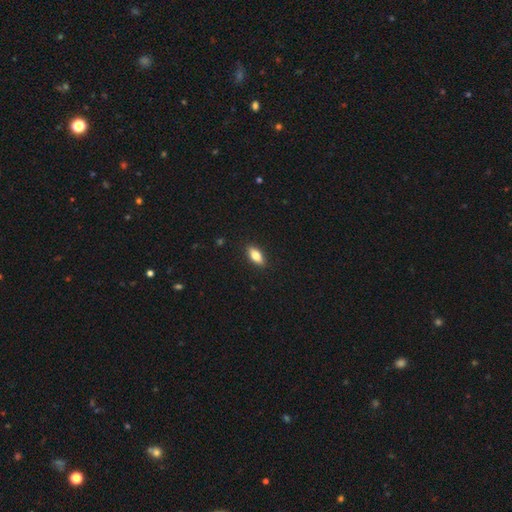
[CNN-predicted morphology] Q: Smooth or featured?
A: smooth (74%); runner-up: featured or disk (19%)
Q: How rounded?
A: in between (80%); runner-up: cigar-shaped (17%)
Q: Merging?
A: none (89%); runner-up: minor disturbance (8%)